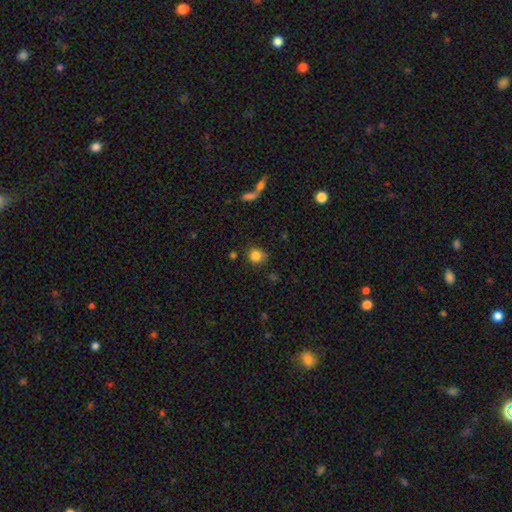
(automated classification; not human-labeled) Smooth or featured? Predicted: smooth (p=0.83). How rounded? Predicted: round (p=0.84). Merging? Predicted: none (p=0.72).